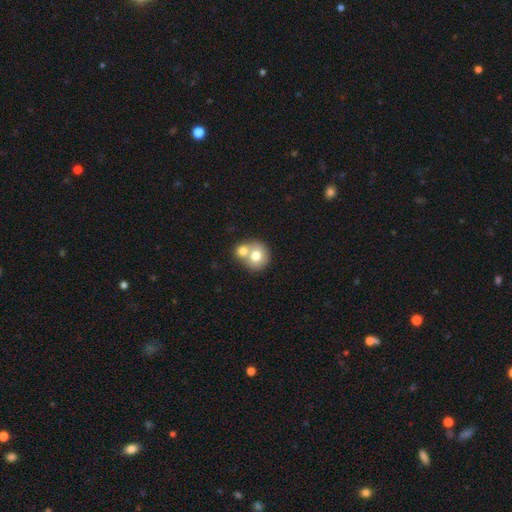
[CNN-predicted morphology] The model was most divided on "merging": merger: 59%, none: 32%, minor disturbance: 6%, major disturbance: 3%. More confident: how rounded — round (80%); smooth or featured — smooth (71%).